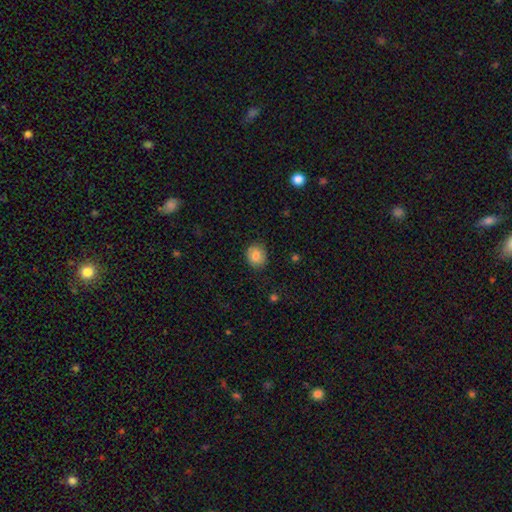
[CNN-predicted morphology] Smooth or featured? Predicted: smooth (p=0.83). How rounded? Predicted: round (p=0.70). Merging? Predicted: none (p=0.84).